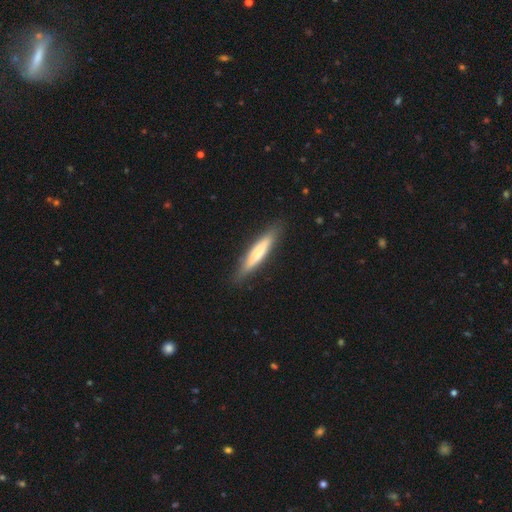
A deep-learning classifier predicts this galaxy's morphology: Smooth or featured? Predicted: smooth (p=0.61). How rounded? Predicted: cigar-shaped (p=0.89). Merging? Predicted: none (p=0.87).